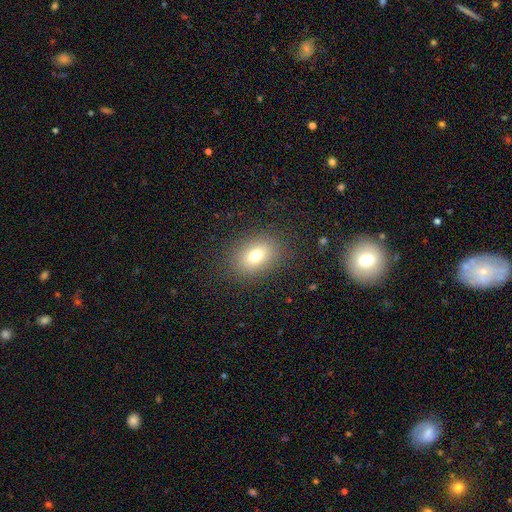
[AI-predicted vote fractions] The model was most divided on "how rounded": in between: 69%, round: 30%, cigar-shaped: 1%. More confident: merging — none (85%); smooth or featured — smooth (74%).